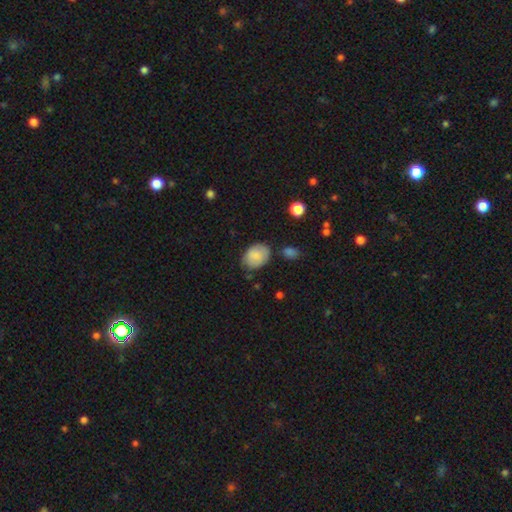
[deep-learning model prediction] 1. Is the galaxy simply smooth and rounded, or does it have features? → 84% smooth, 9% featured or disk, 7% star or artifact.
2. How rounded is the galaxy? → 68% in between, 31% round, 1% cigar-shaped.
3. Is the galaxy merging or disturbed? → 71% none, 20% minor disturbance, 5% major disturbance, 4% merger.